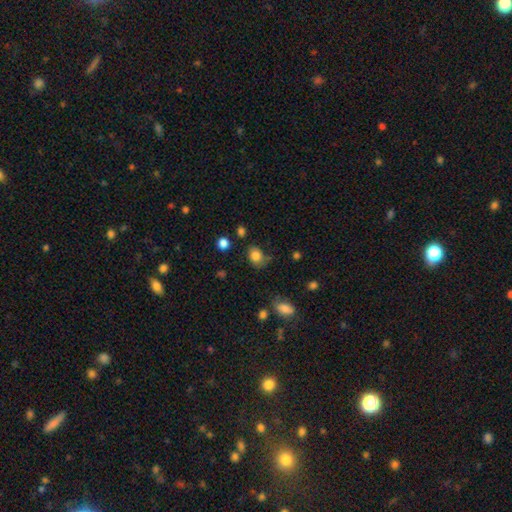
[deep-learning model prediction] smooth 83%, star or artifact 10%, featured or disk 7%. Down the decision tree: how rounded — in between (57%); merging — none (58%).